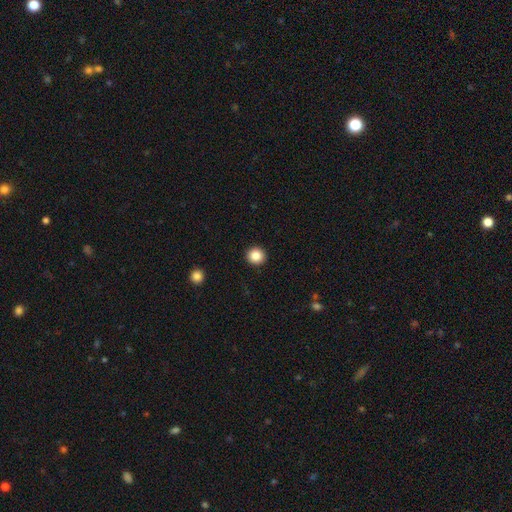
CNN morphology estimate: smooth 86%, star or artifact 10%, featured or disk 5%. Down the decision tree: how rounded — round (93%); merging — none (93%).